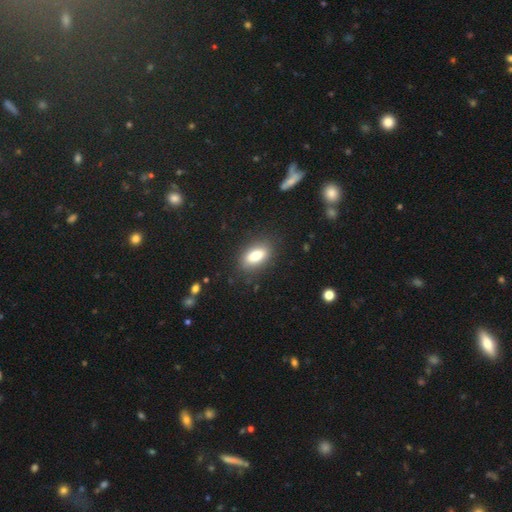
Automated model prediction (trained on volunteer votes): A smooth galaxy with no disk features (78%) that is in between round and cigar-shaped (87%). Merging: none (86%).